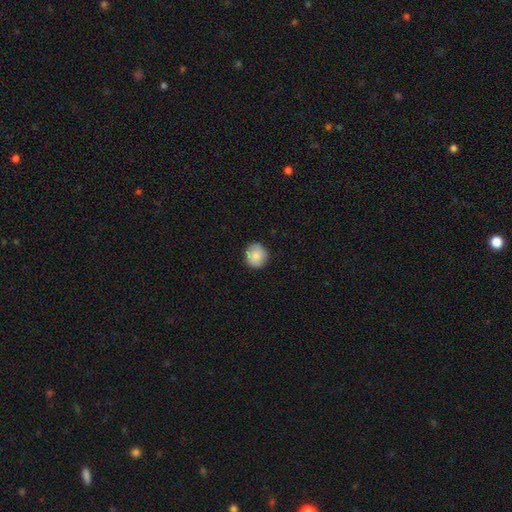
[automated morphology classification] Smooth or featured? smooth (87%)
How rounded? round (88%)
Merging? none (89%)